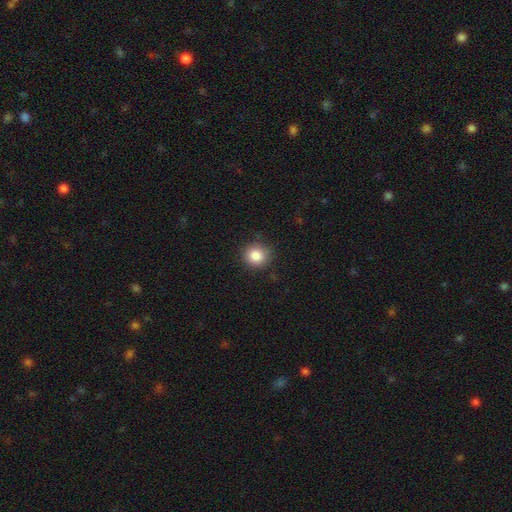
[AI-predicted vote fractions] Overall: smooth (85%). How rounded: round (88%). Merging: none (87%).